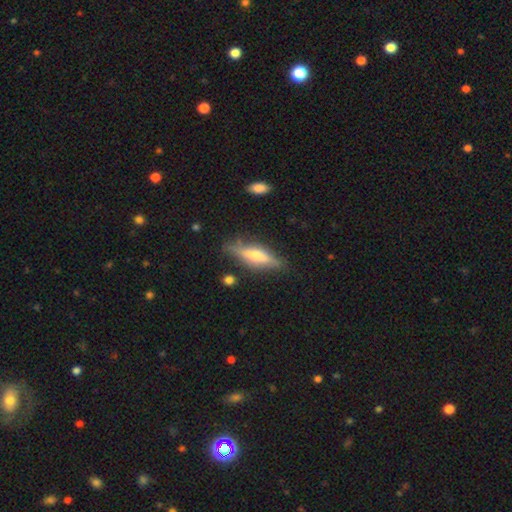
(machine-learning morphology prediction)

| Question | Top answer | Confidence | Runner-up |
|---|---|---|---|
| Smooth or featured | featured or disk | 54% | smooth (39%) |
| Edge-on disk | yes | 91% | no (9%) |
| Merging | none | 81% | minor disturbance (14%) |